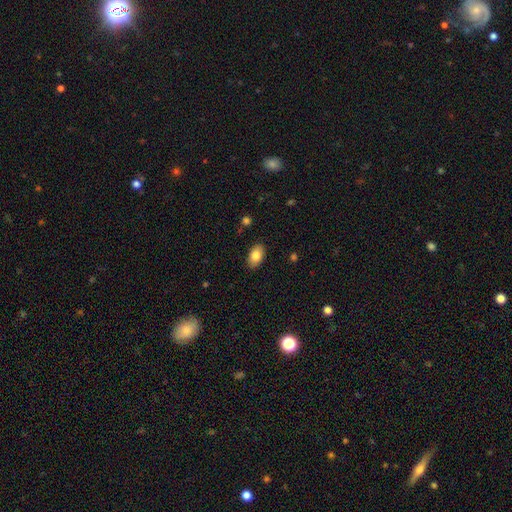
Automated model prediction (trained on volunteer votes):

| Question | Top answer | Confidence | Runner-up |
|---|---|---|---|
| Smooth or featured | smooth | 82% | featured or disk (11%) |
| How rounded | in between | 92% | round (6%) |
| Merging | none | 88% | minor disturbance (9%) |